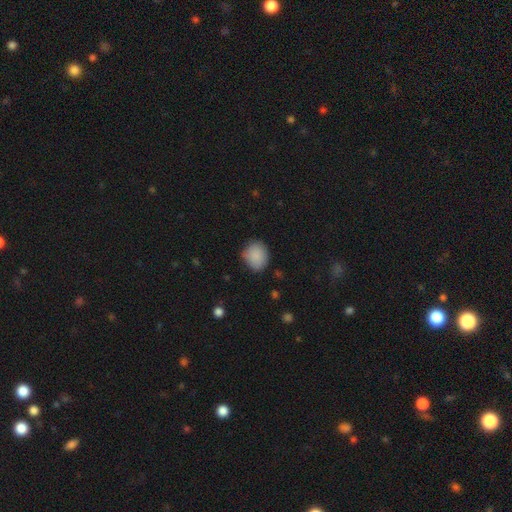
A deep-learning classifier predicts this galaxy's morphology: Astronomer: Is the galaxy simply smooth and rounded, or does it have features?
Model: smooth — 87%.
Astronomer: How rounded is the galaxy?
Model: round — 68%.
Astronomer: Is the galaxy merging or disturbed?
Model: none — 77%.